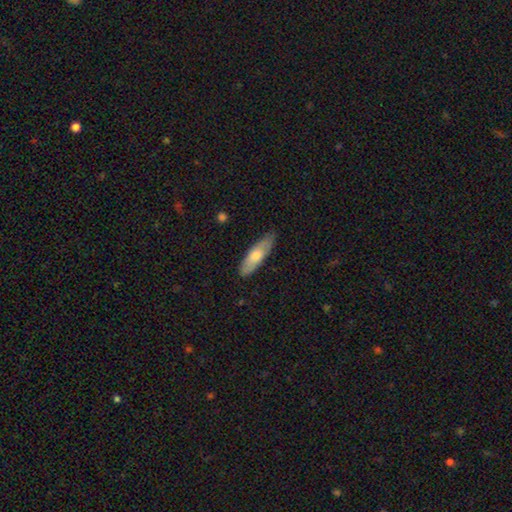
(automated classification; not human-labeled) Smooth or featured? Predicted: smooth (p=0.63). How rounded? Predicted: cigar-shaped (p=0.51). Merging? Predicted: none (p=0.81).